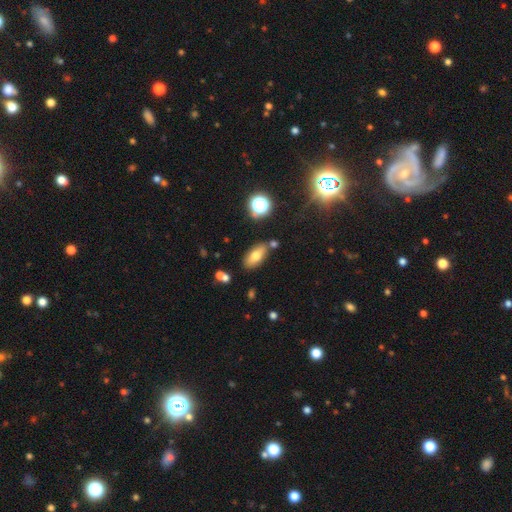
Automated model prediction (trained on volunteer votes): Smooth or featured? smooth (70%)
How rounded? in between (83%)
Merging? none (75%)